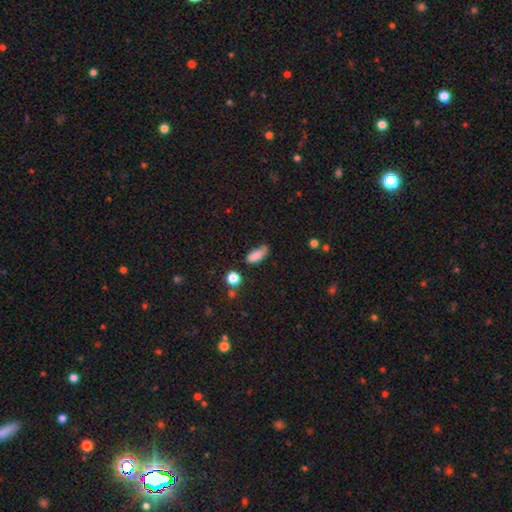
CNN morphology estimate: The model was most divided on "merging": none: 44%, minor disturbance: 35%, major disturbance: 14%, merger: 7%. More confident: how rounded — in between (81%); smooth or featured — smooth (81%).